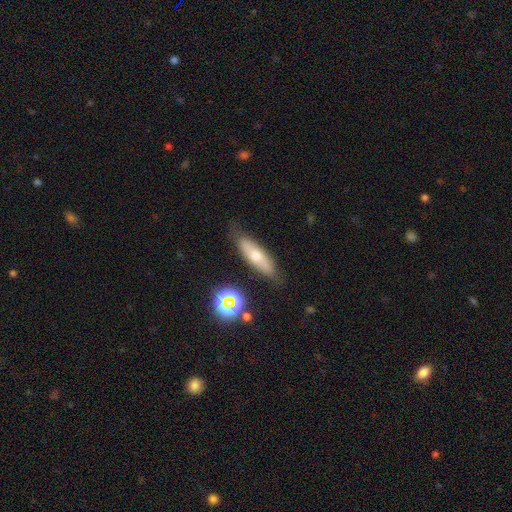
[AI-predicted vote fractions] This appears to be a smooth galaxy with no disk features (57%) that is cigar-shaped (51%). Merging: none (78%).